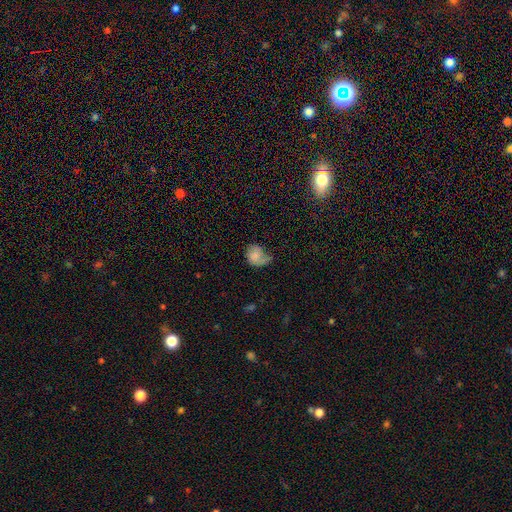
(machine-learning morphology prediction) Smooth or featured? smooth (63%)
How rounded? round (51%)
Merging? major disturbance (34%)